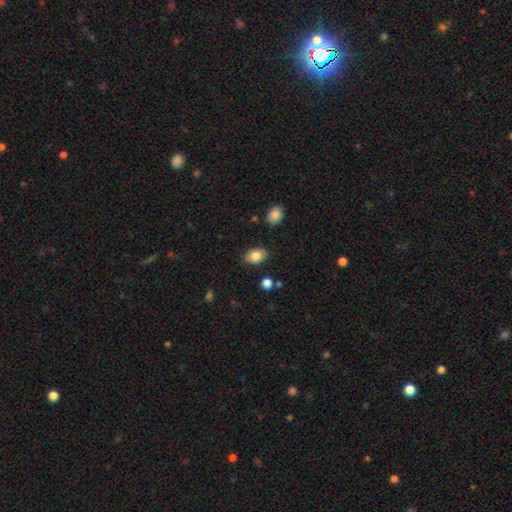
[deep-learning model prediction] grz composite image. It shows a smooth galaxy with no disk features (81%) that is in between round and cigar-shaped (84%). Merging: none (85%).